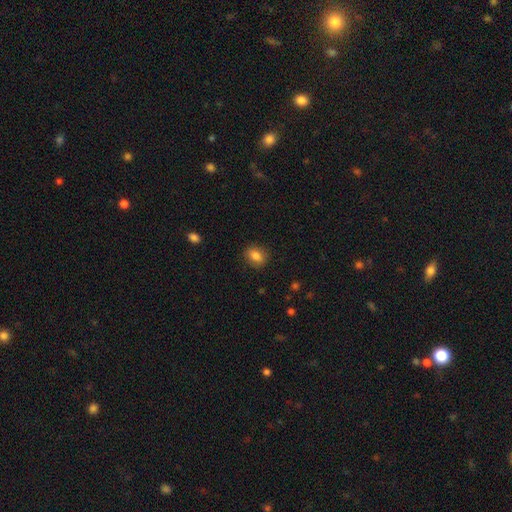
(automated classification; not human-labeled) Smooth or featured? Predicted: smooth (p=0.84). How rounded? Predicted: in between (p=0.54). Merging? Predicted: none (p=0.86).